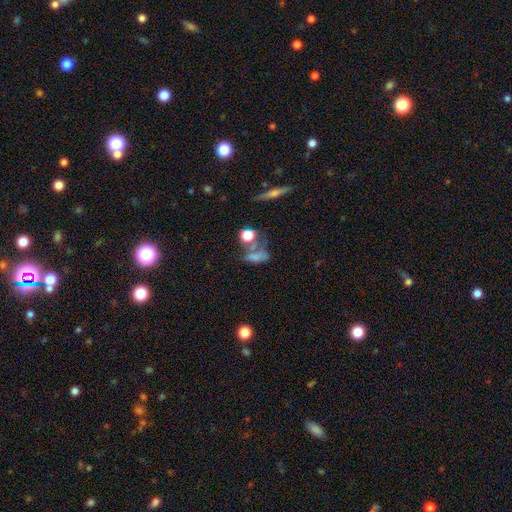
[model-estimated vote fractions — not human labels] smooth_or_featured: smooth (p=0.62) [alt: featured or disk p=0.20]
how_rounded: in between (p=0.60) [alt: round p=0.26]
merging: none (p=0.35) [alt: merger p=0.29]